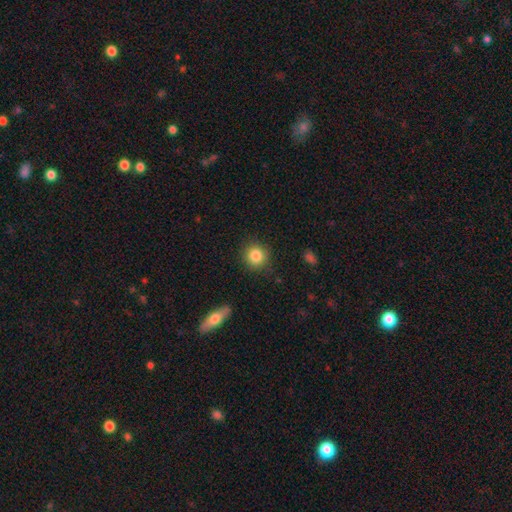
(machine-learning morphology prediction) This appears to be a smooth galaxy with no disk features (85%) that is round (91%). Merging: none (89%).